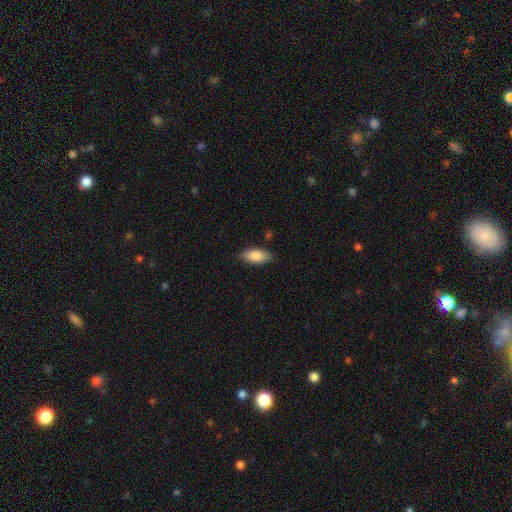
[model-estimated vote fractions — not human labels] Smooth or featured? smooth (88%)
How rounded? in between (91%)
Merging? none (85%)